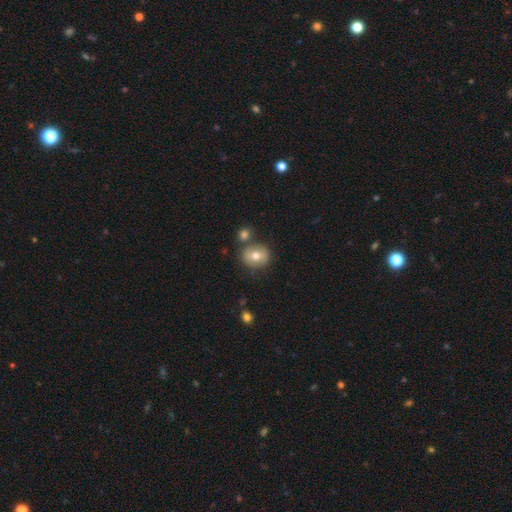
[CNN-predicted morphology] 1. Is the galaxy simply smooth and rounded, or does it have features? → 66% smooth, 26% featured or disk, 9% star or artifact.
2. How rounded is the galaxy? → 73% round, 26% in between, 1% cigar-shaped.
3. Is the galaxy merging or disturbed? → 71% none, 14% merger, 12% minor disturbance, 4% major disturbance.